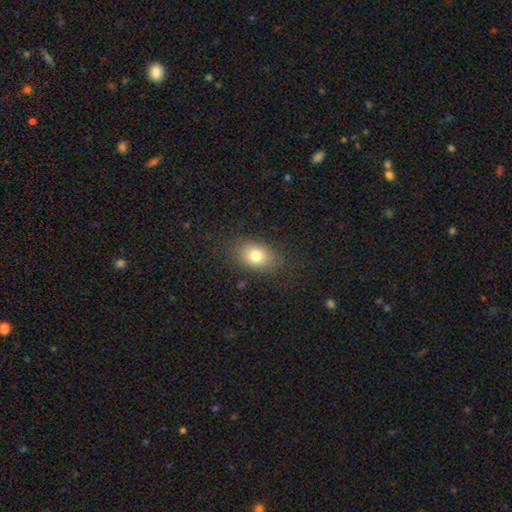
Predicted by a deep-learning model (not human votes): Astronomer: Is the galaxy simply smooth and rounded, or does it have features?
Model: smooth — 78%.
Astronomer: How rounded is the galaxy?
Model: in between — 75%.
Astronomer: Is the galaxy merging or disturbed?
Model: none — 81%.